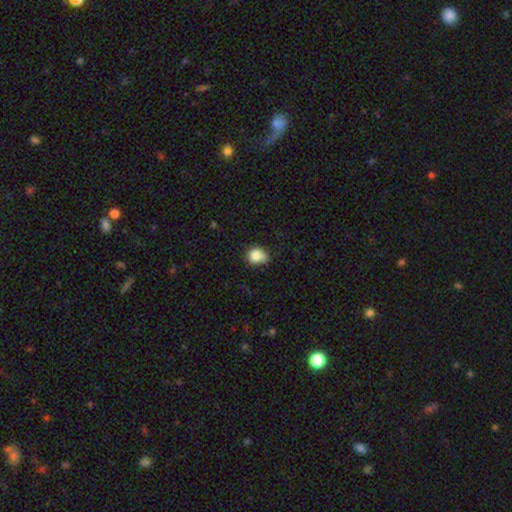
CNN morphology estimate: smooth_or_featured: smooth (p=0.83) [alt: star or artifact p=0.10]
how_rounded: round (p=0.63) [alt: in between p=0.36]
merging: none (p=0.53) [alt: minor disturbance p=0.35]